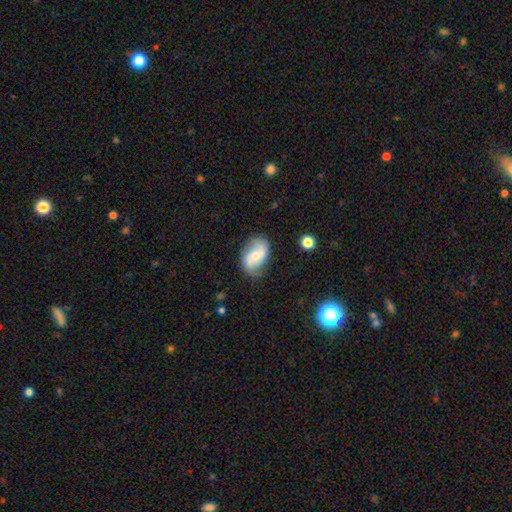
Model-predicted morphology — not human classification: This is likely a featured or disk galaxy (63%). It is clearly not viewed edge-on (97%). Bar: possibly no (52%). Spiral arm pattern: clearly yes (89%). Spiral arm count: clearly 2 (88%). Spiral winding: possibly loose (52%). Central bulge: possibly small (49%). Merging: likely none (73%).